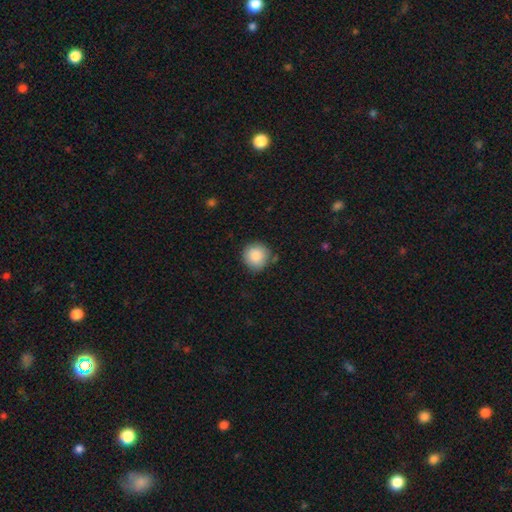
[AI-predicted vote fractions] A smooth galaxy with no disk features (89%) that is round (94%). Merging: none (82%).